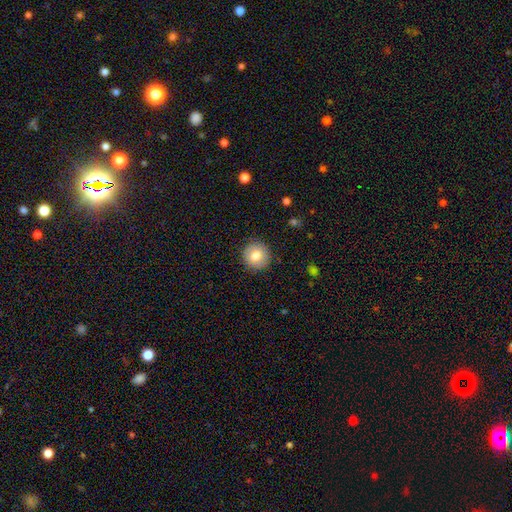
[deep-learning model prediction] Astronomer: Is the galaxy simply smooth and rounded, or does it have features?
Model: smooth — 79%.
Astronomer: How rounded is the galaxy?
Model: round — 94%.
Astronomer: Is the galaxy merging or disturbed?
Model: none — 91%.